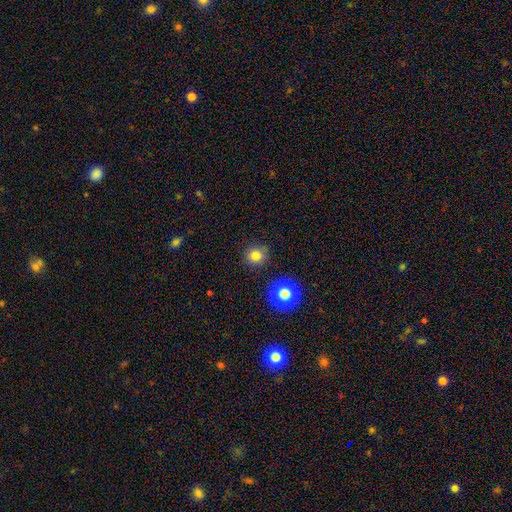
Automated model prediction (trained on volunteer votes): smooth 79%, star or artifact 15%, featured or disk 6%. Down the decision tree: how rounded — round (92%); merging — none (87%).